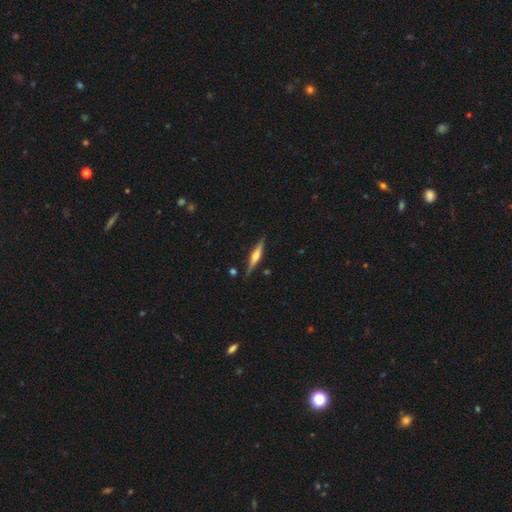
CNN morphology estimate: This appears to be a featured or disk galaxy (67%) viewed edge-on (97%) with a rounded central bulge (87%). Merging: none (86%).